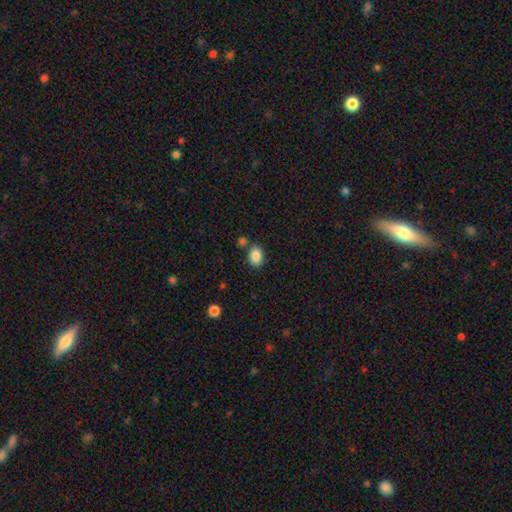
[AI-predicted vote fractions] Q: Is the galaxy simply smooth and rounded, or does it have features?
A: smooth — 86%.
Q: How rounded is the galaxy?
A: in between — 69%.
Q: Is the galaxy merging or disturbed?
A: none — 72%.